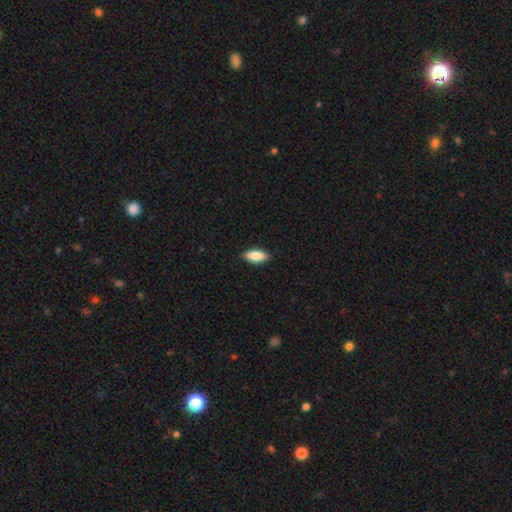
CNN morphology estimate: Overall: smooth (81%). How rounded: in between (82%). Merging: none (90%).